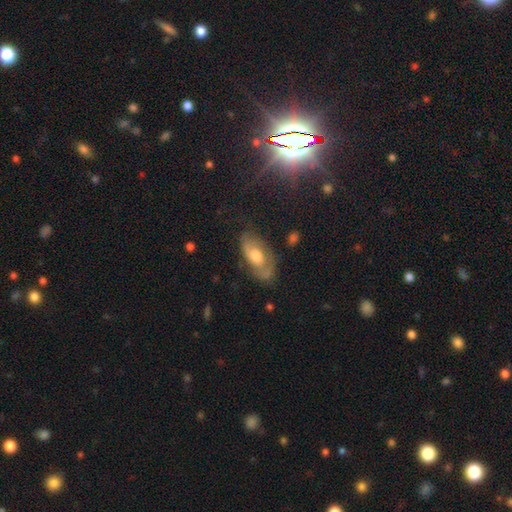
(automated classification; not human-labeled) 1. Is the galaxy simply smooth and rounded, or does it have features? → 54% featured or disk, 37% smooth, 9% star or artifact.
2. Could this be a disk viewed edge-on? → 87% no, 13% yes.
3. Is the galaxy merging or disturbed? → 60% none, 25% minor disturbance, 12% major disturbance, 3% merger.